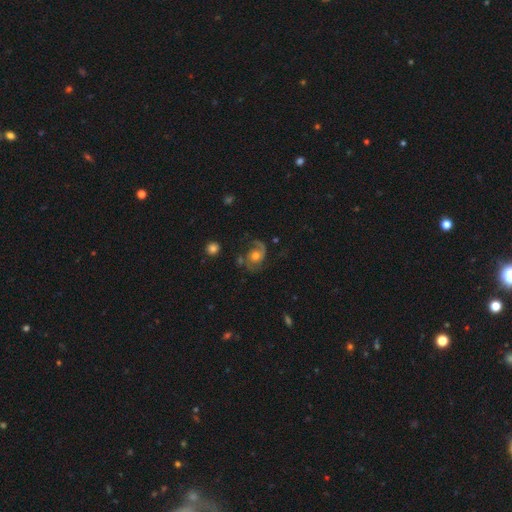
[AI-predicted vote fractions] This appears to be a featured or disk galaxy (76%) with no bar (76%), 2 (64%) medium (46%) spiral arms (93%) and a moderate central bulge (70%). Merging: none (59%).